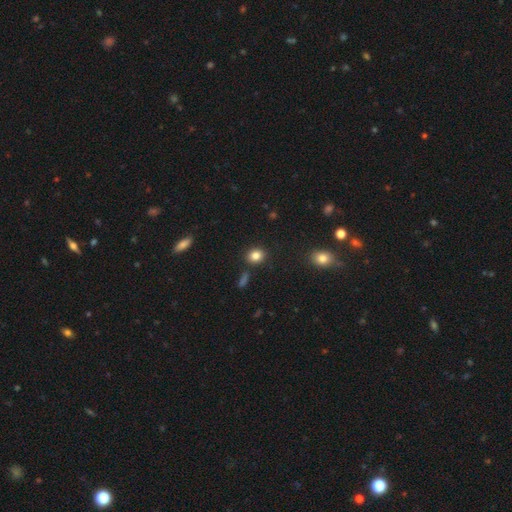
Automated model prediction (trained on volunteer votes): smooth-or-featured: smooth: 84% | star or artifact: 11% | featured or disk: 6%
  how-rounded: round: 69% | in between: 30% | cigar-shaped: 1%
  merging: none: 86% | minor disturbance: 8% | merger: 3% | major disturbance: 2%